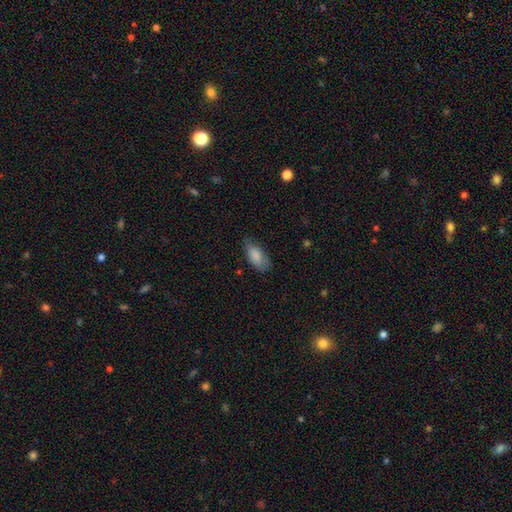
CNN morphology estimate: smooth-or-featured: smooth: 84% | featured or disk: 9% | star or artifact: 6%
  how-rounded: in between: 89% | cigar-shaped: 9% | round: 2%
  merging: none: 71% | minor disturbance: 23% | major disturbance: 5% | merger: 1%